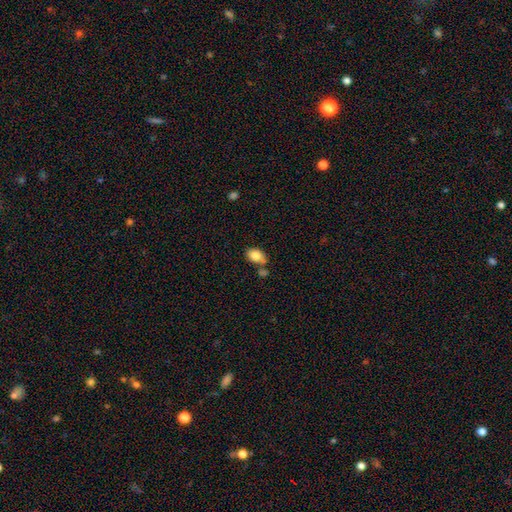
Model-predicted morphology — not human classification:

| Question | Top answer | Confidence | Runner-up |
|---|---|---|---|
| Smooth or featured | smooth | 83% | featured or disk (9%) |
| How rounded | in between | 82% | round (17%) |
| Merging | none | 55% | merger (22%) |